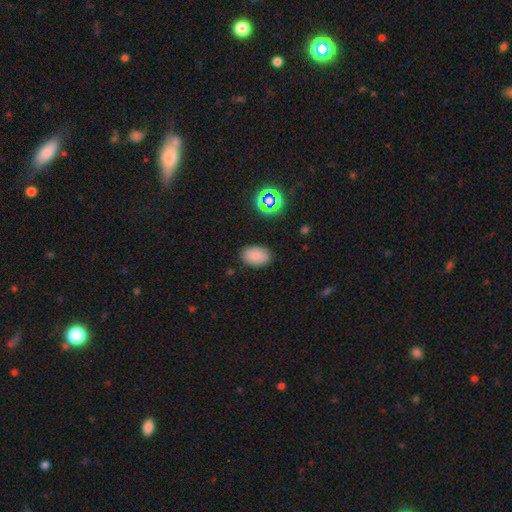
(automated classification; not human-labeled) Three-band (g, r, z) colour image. It shows a smooth galaxy with no disk features (83%) that is in between round and cigar-shaped (89%). Merging: none (85%).